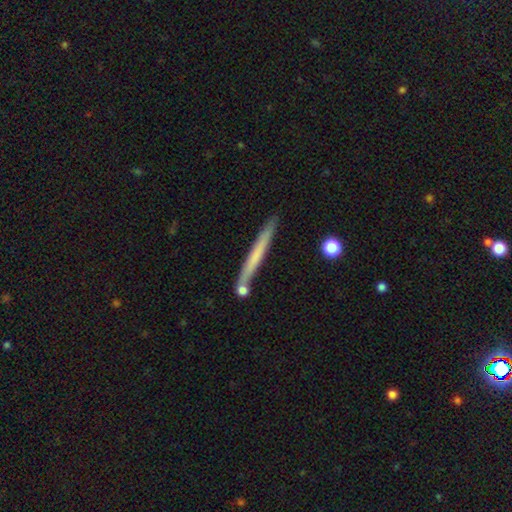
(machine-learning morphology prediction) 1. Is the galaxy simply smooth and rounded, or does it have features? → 55% smooth, 39% featured or disk, 6% star or artifact.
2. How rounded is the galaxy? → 97% cigar-shaped, 2% in between, 1% round.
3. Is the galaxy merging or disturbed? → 82% none, 10% minor disturbance, 6% merger, 2% major disturbance.